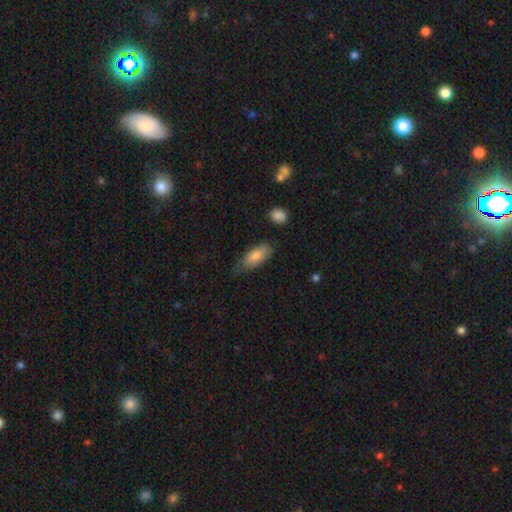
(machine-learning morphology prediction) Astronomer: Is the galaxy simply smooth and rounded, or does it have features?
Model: smooth — 82%.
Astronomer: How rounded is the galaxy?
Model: in between — 82%.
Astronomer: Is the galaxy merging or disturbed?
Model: none — 61%.